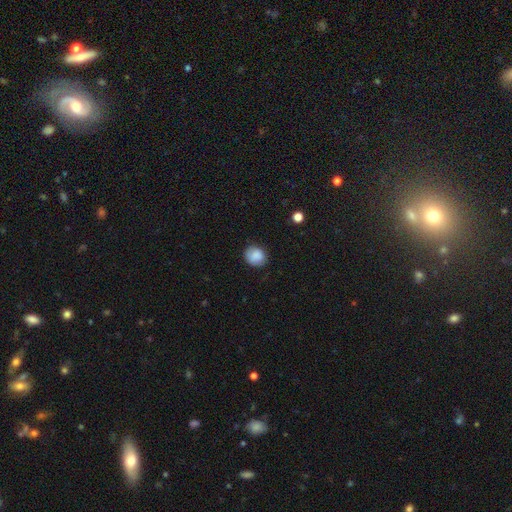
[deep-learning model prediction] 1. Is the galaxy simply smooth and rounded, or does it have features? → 87% smooth, 8% star or artifact, 5% featured or disk.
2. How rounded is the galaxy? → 76% round, 23% in between, 1% cigar-shaped.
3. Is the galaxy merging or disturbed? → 79% none, 16% minor disturbance, 4% major disturbance, 1% merger.